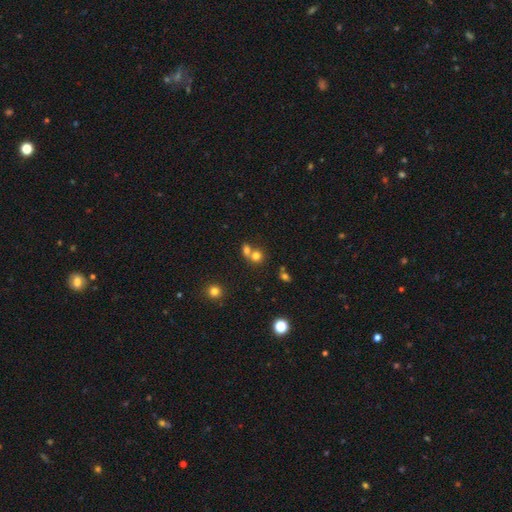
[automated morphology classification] Smooth or featured? smooth (74%)
How rounded? round (78%)
Merging? merger (50%)